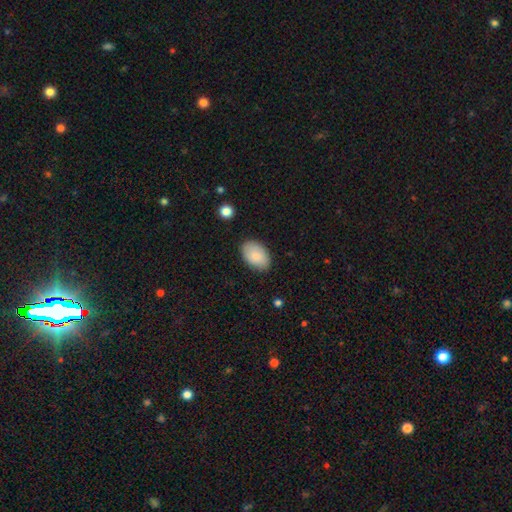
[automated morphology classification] Smooth or featured? Predicted: smooth (p=0.84). How rounded? Predicted: in between (p=0.91). Merging? Predicted: none (p=0.84).